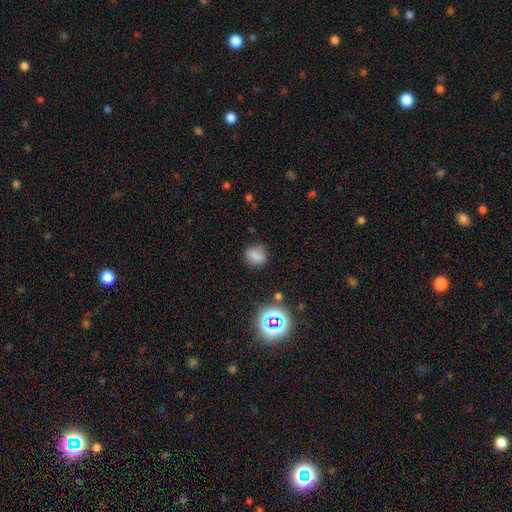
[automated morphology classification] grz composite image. It shows a smooth galaxy with no disk features (73%) that is round (70%). Merging: none (79%).